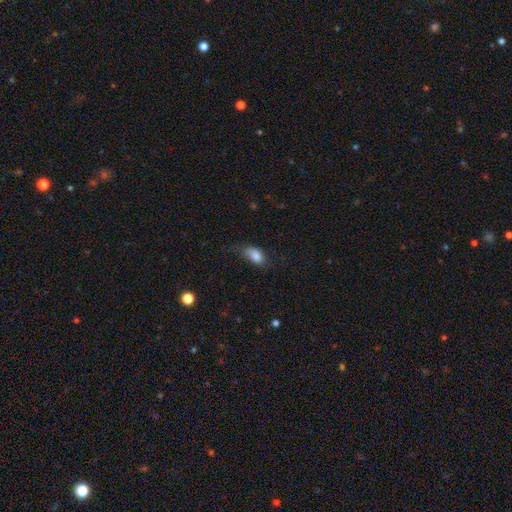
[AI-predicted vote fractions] The model was most divided on "merging": none: 43%, minor disturbance: 35%, major disturbance: 20%, merger: 2%. More confident: how rounded — in between (88%); smooth or featured — smooth (82%).